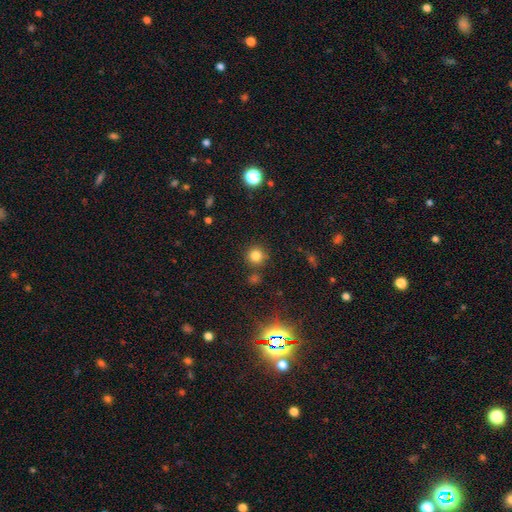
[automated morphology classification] smooth-or-featured: smooth: 80% | star or artifact: 15% | featured or disk: 6%
  how-rounded: round: 93% | in between: 6% | cigar-shaped: 1%
  merging: none: 84% | minor disturbance: 8% | merger: 6% | major disturbance: 3%